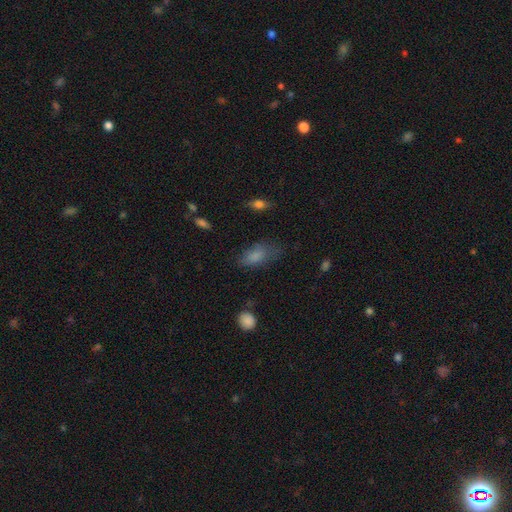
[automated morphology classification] The model was most divided on "merging": none: 55%, minor disturbance: 29%, major disturbance: 14%, merger: 3%. More confident: how rounded — in between (87%); smooth or featured — smooth (80%).